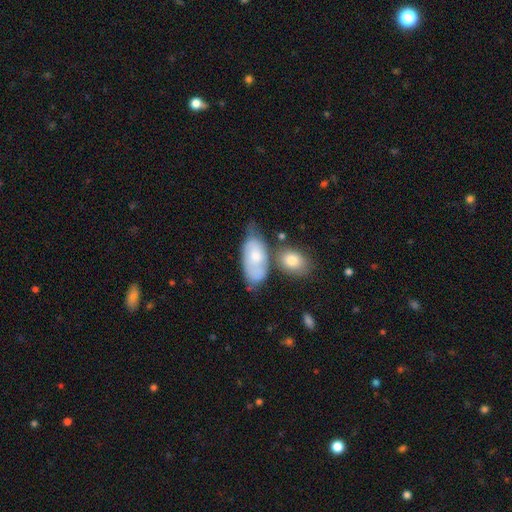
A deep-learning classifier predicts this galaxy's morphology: Smooth or featured? Predicted: smooth (p=0.57). How rounded? Predicted: in between (p=0.88). Merging? Predicted: none (p=0.43).